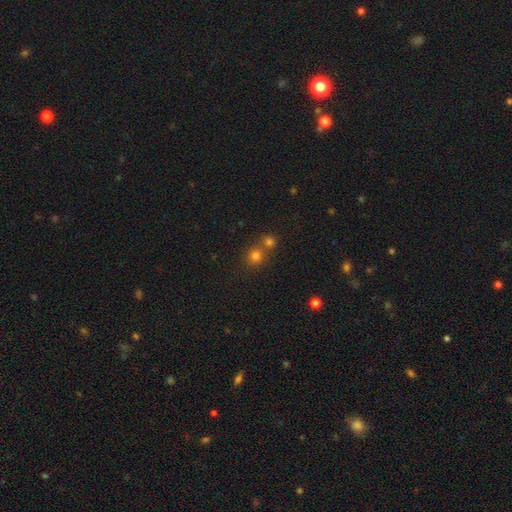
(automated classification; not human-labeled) This appears to be a smooth galaxy with no disk features (74%) that is round (86%). Merging: none (53%).